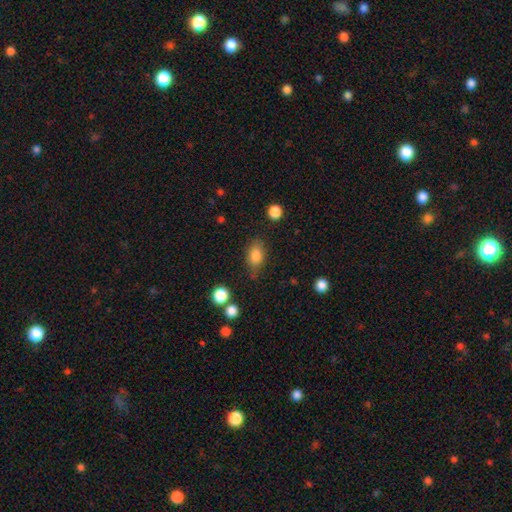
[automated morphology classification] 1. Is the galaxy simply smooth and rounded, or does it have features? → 83% smooth, 9% star or artifact, 8% featured or disk.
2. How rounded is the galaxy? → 81% in between, 16% round, 3% cigar-shaped.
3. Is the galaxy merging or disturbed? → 72% none, 19% minor disturbance, 6% major disturbance, 4% merger.